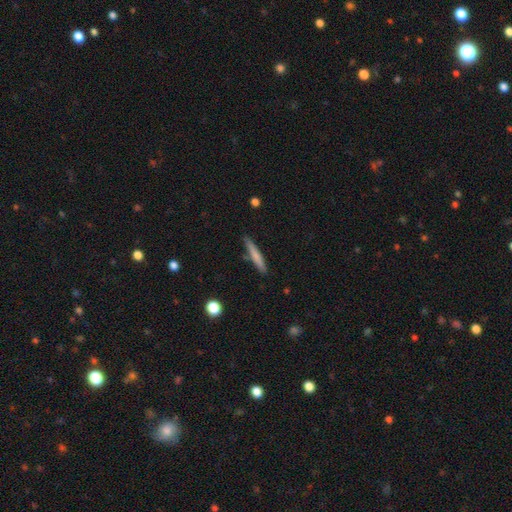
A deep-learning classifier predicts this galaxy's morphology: This is likely a smooth galaxy (71%). How rounded: clearly cigar-shaped (94%). Merging: clearly none (84%).